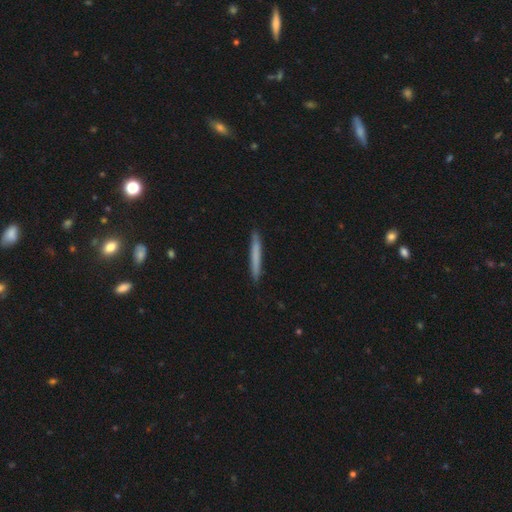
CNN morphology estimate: A smooth galaxy with no disk features (71%) that is cigar-shaped (97%).

Vote fractions:
- Smooth or featured? smooth: 71% / featured or disk: 23% / star or artifact: 6%
- How rounded? cigar-shaped: 97% / in between: 2% / round: 1%
- Merging? none: 91% / minor disturbance: 7% / major disturbance: 1% / merger: 1%